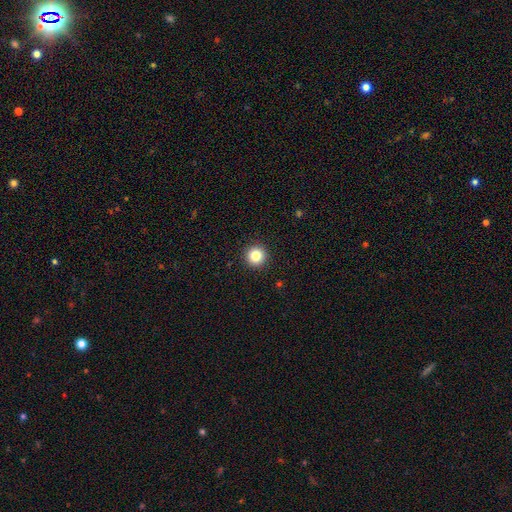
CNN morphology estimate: The model was most divided on "smooth or featured": smooth: 83%, star or artifact: 11%, featured or disk: 5%. More confident: how rounded — round (96%); merging — none (93%).